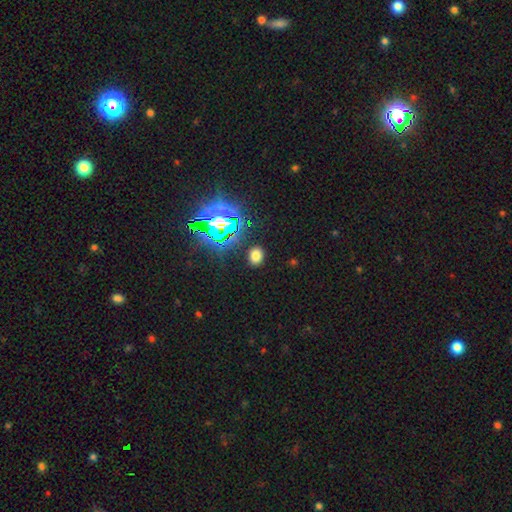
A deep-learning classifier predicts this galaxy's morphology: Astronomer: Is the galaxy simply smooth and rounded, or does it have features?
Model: smooth — 67%.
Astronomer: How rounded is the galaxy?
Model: in between — 61% (runner-up: round, 38%).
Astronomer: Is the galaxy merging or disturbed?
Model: none — 87%.